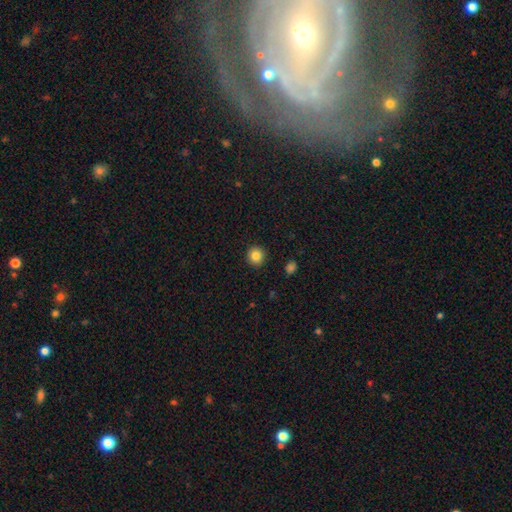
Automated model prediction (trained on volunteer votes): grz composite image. It shows a smooth galaxy with no disk features (84%) that is round (92%). Merging: none (92%).